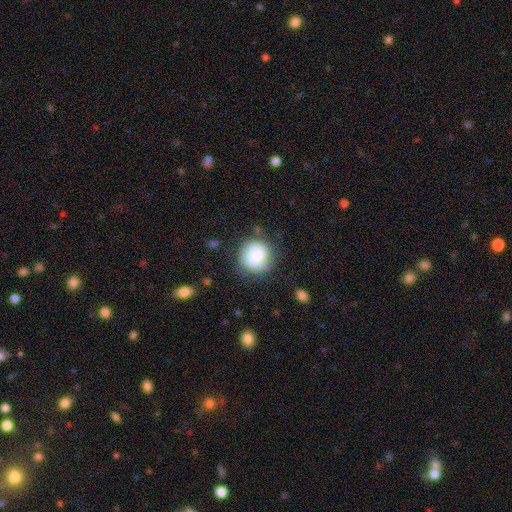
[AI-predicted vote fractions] This is likely a smooth galaxy (80%). How rounded: clearly round (89%). Merging: likely none (68%).